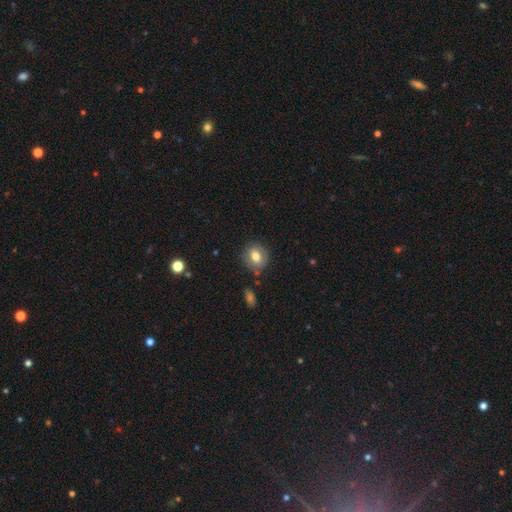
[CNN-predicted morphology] The model was most divided on "how rounded": round: 62%, in between: 36%, cigar-shaped: 1%. More confident: merging — none (81%); smooth or featured — smooth (72%).